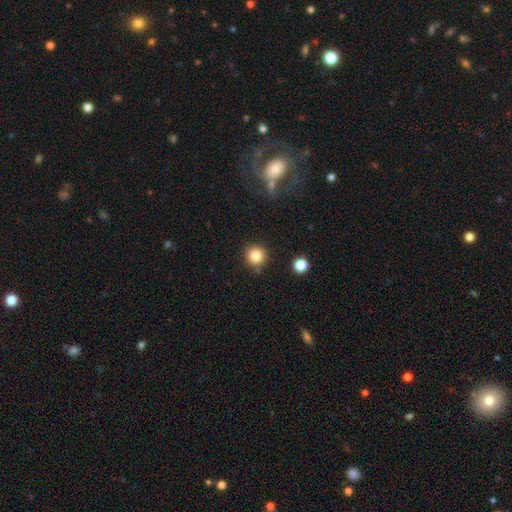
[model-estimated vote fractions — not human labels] Smooth or featured? Predicted: smooth (p=0.83). How rounded? Predicted: round (p=0.94). Merging? Predicted: none (p=0.87).